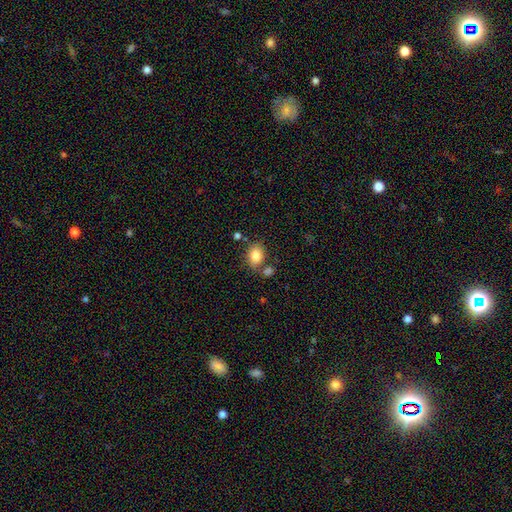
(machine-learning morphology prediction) A smooth galaxy with no disk features (84%) that is in between round and cigar-shaped (69%).

Vote fractions:
- Smooth or featured? smooth: 84% / star or artifact: 9% / featured or disk: 7%
- How rounded? in between: 69% / round: 30% / cigar-shaped: 1%
- Merging? none: 69% / merger: 14% / minor disturbance: 13% / major disturbance: 4%